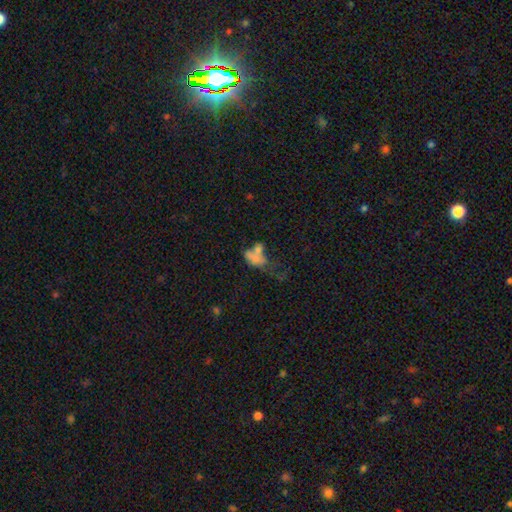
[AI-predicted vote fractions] Smooth or featured?
  - smooth: 57% *
  - featured or disk: 29%
  - star or artifact: 14%
How rounded?
  - in between: 83% *
  - round: 13%
  - cigar-shaped: 5%
Merging?
  - merger: 46% *
  - major disturbance: 28%
  - none: 14%
  - minor disturbance: 11%